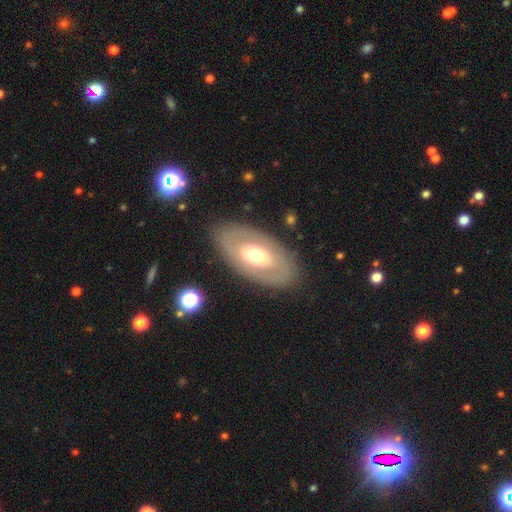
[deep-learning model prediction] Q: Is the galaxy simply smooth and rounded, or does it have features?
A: featured or disk — 54%.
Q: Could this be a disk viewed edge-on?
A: no — 89%.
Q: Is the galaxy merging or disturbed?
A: none — 84%.